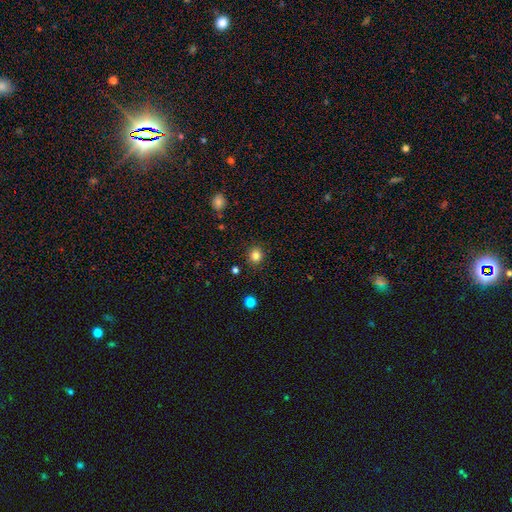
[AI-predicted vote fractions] This appears to be a smooth galaxy with no disk features (83%) that is round (87%). Merging: none (89%).